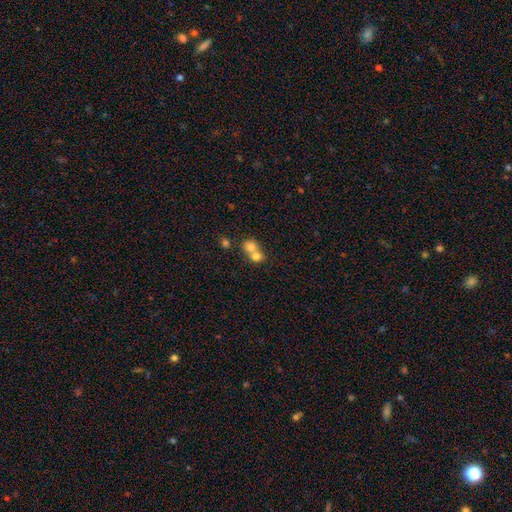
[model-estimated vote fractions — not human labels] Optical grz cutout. It shows a smooth galaxy with no disk features (75%) that is round (76%). Merging: merger (68%).